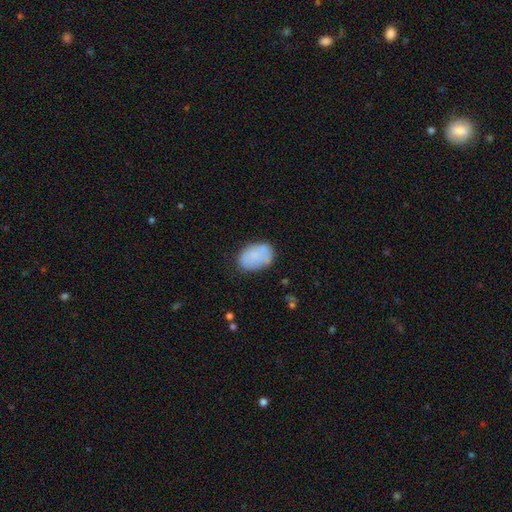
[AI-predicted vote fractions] Smooth or featured? smooth (77%)
How rounded? in between (86%)
Merging? none (66%)